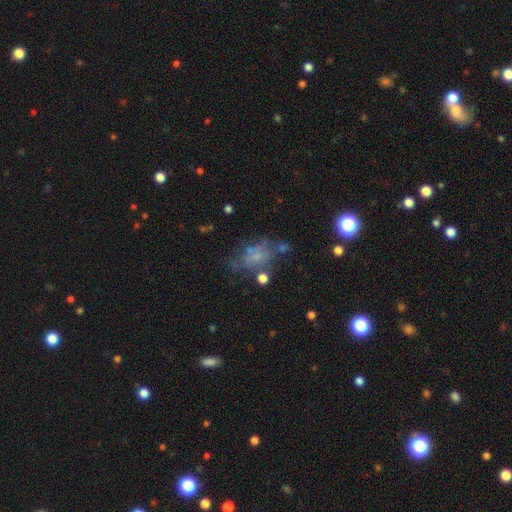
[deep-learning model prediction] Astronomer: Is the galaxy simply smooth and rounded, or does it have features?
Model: smooth — 45% (runner-up: featured or disk, 36%).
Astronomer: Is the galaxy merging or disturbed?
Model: none — 41% (runner-up: major disturbance, 24%).